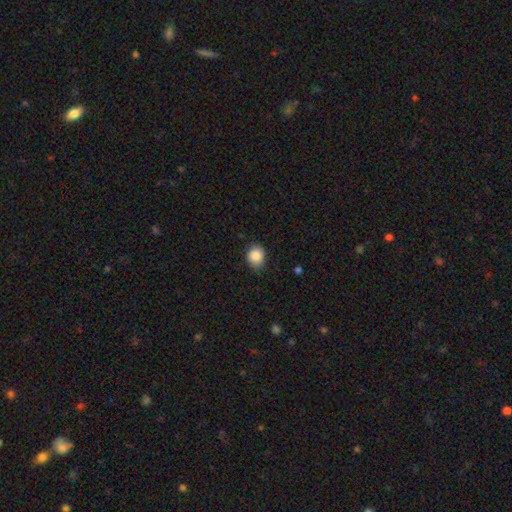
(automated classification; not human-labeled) Q: Smooth or featured?
A: smooth (87%); runner-up: star or artifact (8%)
Q: How rounded?
A: round (67%); runner-up: in between (32%)
Q: Merging?
A: none (73%); runner-up: minor disturbance (22%)